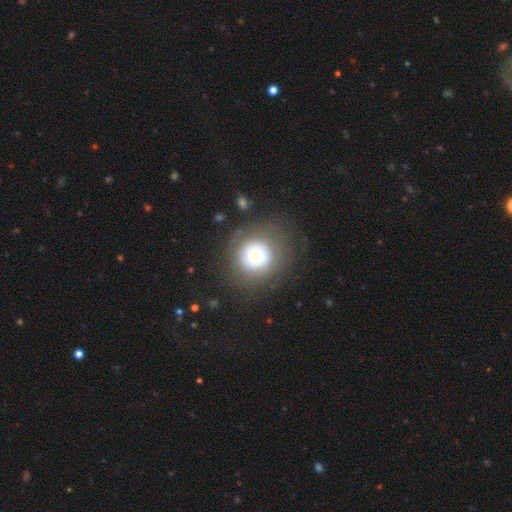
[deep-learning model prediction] Morphology: type=smooth (55%); roundness=round (93%); merging=none (77%).